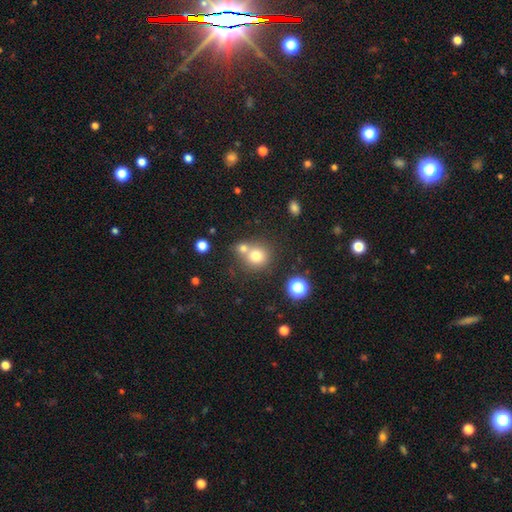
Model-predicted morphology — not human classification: This is likely a smooth galaxy (74%). How rounded: clearly round (87%). Merging: possibly none (51%).